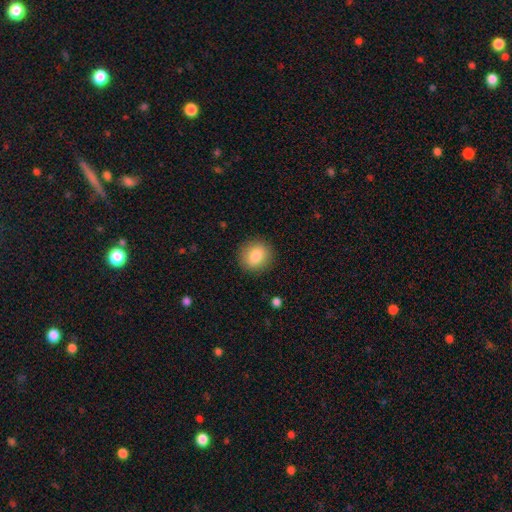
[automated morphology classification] A smooth galaxy with no disk features (83%) that is round (87%). Merging: none (89%).